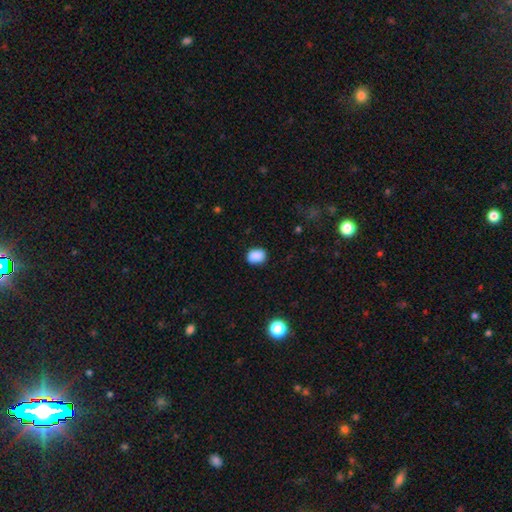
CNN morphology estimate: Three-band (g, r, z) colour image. It shows a smooth galaxy with no disk features (88%) that is in between round and cigar-shaped (56%). Merging: none (82%).